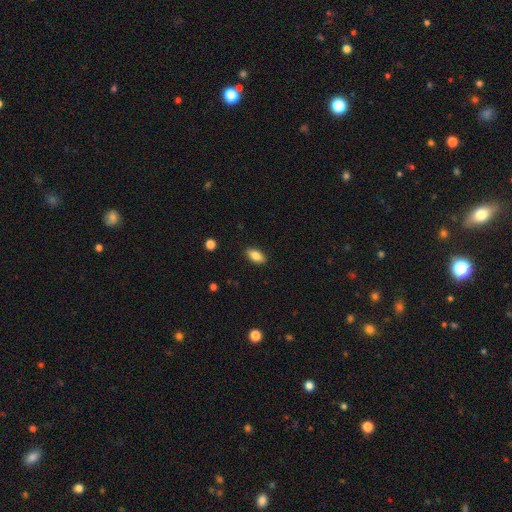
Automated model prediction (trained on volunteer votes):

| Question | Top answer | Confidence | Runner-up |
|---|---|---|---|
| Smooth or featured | smooth | 83% | featured or disk (9%) |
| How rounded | in between | 90% | cigar-shaped (6%) |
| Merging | none | 89% | minor disturbance (8%) |